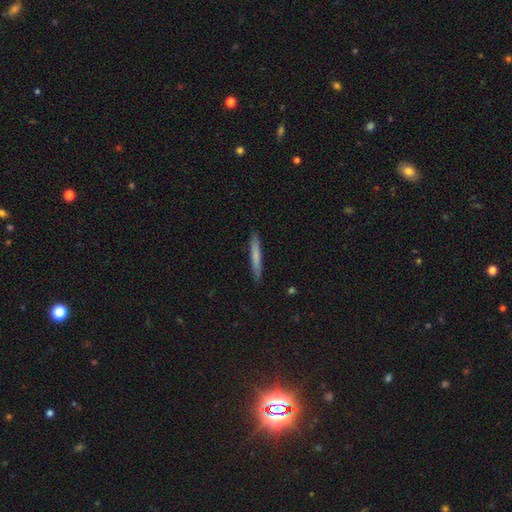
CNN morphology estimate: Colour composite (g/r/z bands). It shows a smooth galaxy with no disk features (70%) that is cigar-shaped (96%). Merging: none (90%).